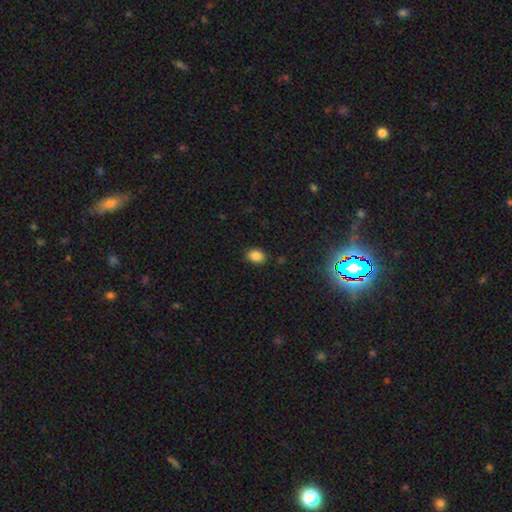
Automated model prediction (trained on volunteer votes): Smooth or featured?
  - smooth: 85% *
  - star or artifact: 11%
  - featured or disk: 4%
How rounded?
  - in between: 70% *
  - round: 28%
  - cigar-shaped: 1%
Merging?
  - none: 85% *
  - minor disturbance: 11%
  - major disturbance: 2%
  - merger: 1%